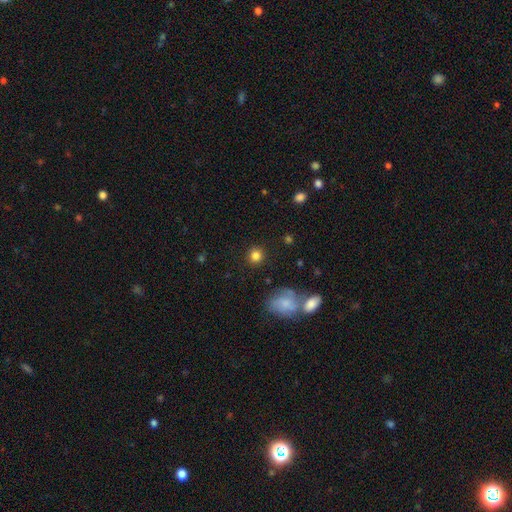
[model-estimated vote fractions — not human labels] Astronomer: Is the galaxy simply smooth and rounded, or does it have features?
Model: smooth — 84%.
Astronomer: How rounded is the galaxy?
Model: round — 89%.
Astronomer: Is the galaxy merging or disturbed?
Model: none — 87%.